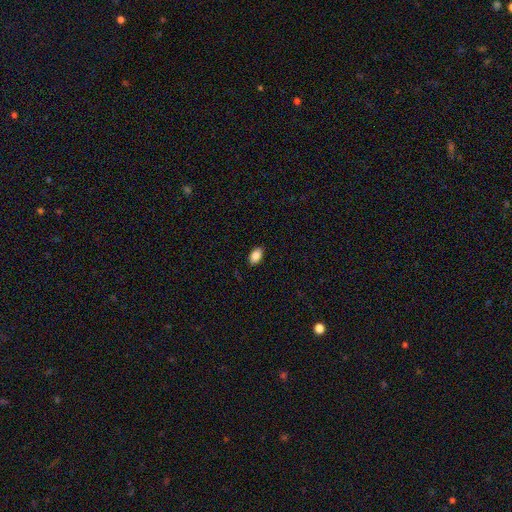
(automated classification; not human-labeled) This is clearly a smooth galaxy (87%). How rounded: clearly in between (91%). Merging: clearly none (88%).